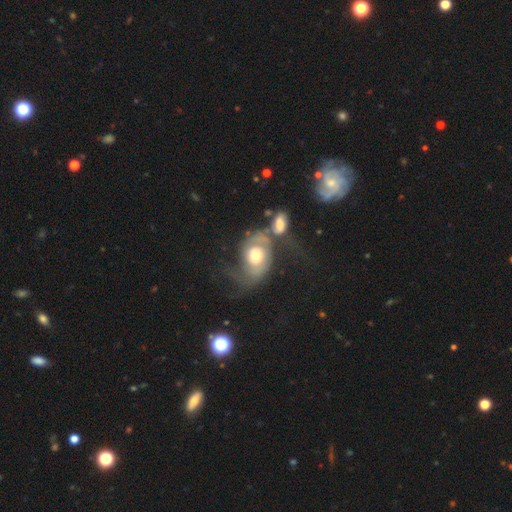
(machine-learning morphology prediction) Smooth or featured: featured or disk — 68% (smooth — 26%)
Edge-on disk: no — 96% (yes — 4%)
Bar: no — 77% (weak — 19%)
Spiral arms: yes — 78% (no — 22%)
Spiral winding: loose — 44% (medium — 35%)
Spiral arm count: 2 — 65% (can't tell — 16%)
Bulge size: moderate — 64% (large — 20%)
Merging: merger — 34% (major disturbance — 33%)